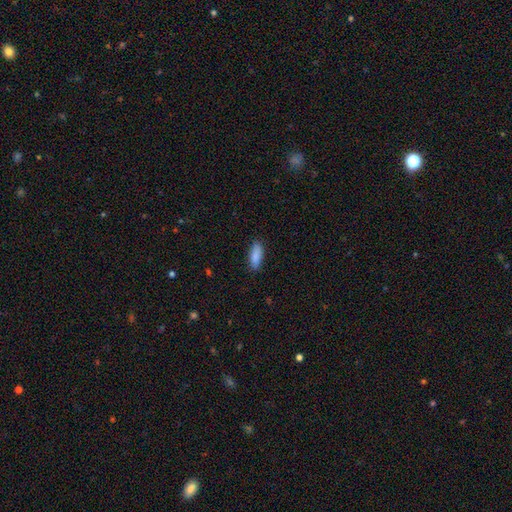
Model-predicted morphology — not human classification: smooth 87%, featured or disk 6%, star or artifact 6%. Down the decision tree: how rounded — in between (72%); merging — none (85%).